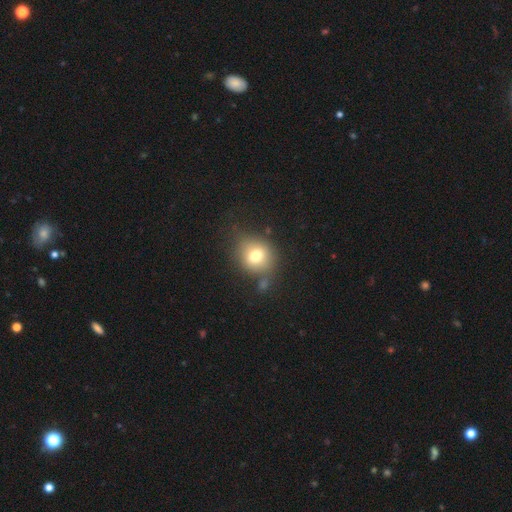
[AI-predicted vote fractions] Smooth or featured: smooth — 73% (featured or disk — 15%)
How rounded: round — 77% (in between — 22%)
Merging: none — 64% (minor disturbance — 20%)